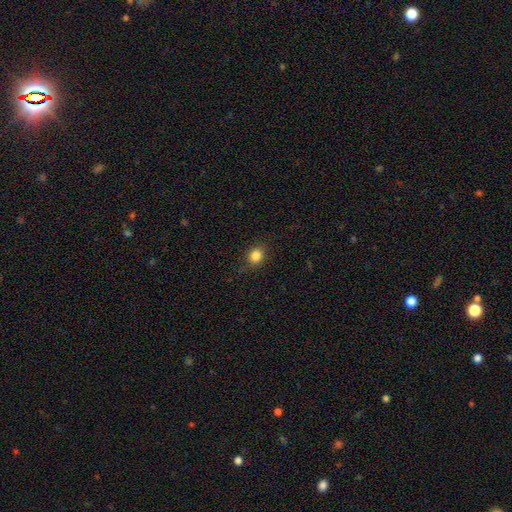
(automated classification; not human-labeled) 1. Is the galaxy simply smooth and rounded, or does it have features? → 84% smooth, 11% star or artifact, 5% featured or disk.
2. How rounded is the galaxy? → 72% round, 27% in between, 1% cigar-shaped.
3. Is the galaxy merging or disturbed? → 84% none, 12% minor disturbance, 3% major disturbance, 1% merger.